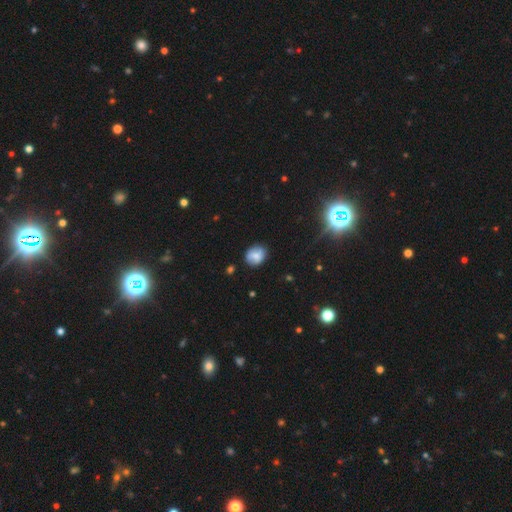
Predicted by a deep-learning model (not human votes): This is likely a smooth galaxy (74%). How rounded: possibly round (55%). Merging: likely none (79%).